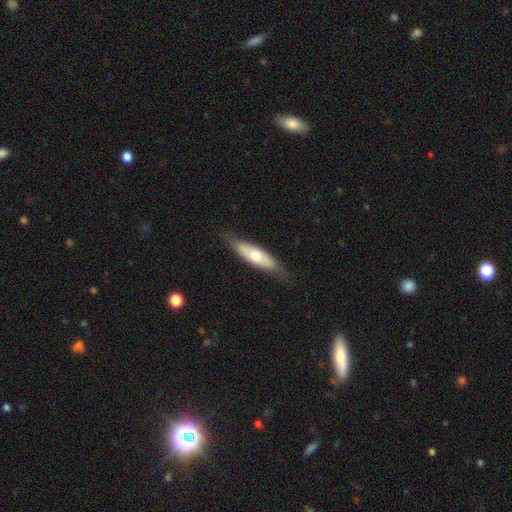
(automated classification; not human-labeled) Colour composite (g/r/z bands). It shows a smooth galaxy with no disk features (56%) that is cigar-shaped (49%, tied with in between). Merging: none (78%).